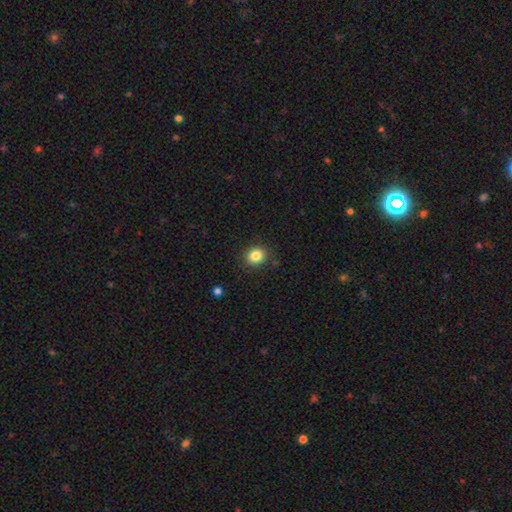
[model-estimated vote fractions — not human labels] Smooth or featured: smooth — 84% (star or artifact — 11%)
How rounded: round — 78% (in between — 21%)
Merging: none — 87% (minor disturbance — 9%)